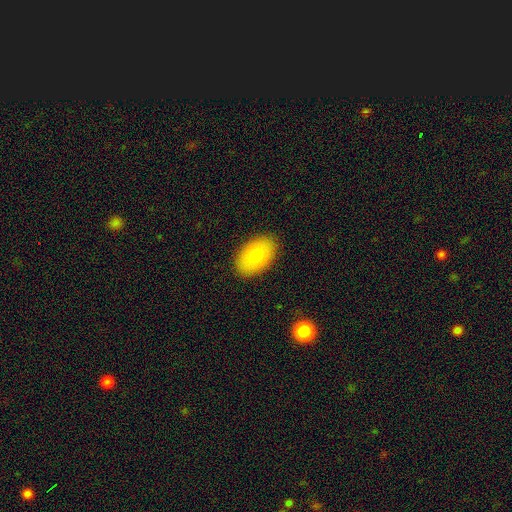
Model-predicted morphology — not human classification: Smooth or featured?
  - smooth: 77% *
  - featured or disk: 15%
  - star or artifact: 8%
How rounded?
  - in between: 90% *
  - round: 9%
  - cigar-shaped: 1%
Merging?
  - none: 89% *
  - minor disturbance: 8%
  - major disturbance: 2%
  - merger: 1%